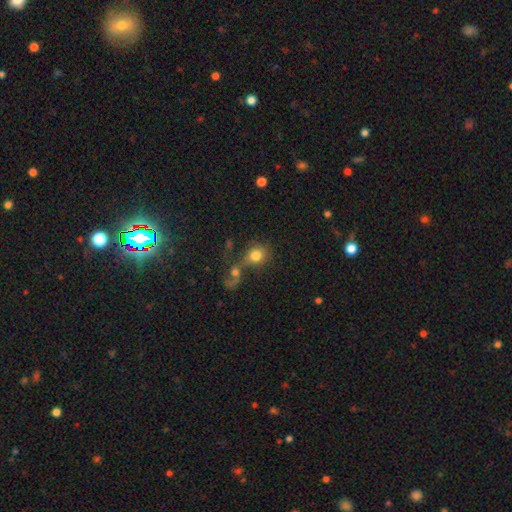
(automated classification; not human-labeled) A smooth galaxy with no disk features (77%) that is round (73%).

Vote fractions:
- Smooth or featured? smooth: 77% / featured or disk: 12% / star or artifact: 11%
- How rounded? round: 73% / in between: 26% / cigar-shaped: 1%
- Merging? merger: 50% / none: 30% / major disturbance: 10% / minor disturbance: 9%